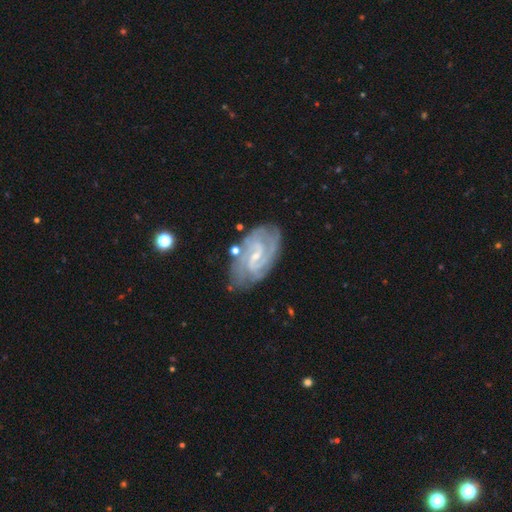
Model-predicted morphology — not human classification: Q: Smooth or featured?
A: featured or disk (88%); runner-up: smooth (7%)
Q: Edge-on disk?
A: no (96%); runner-up: yes (4%)
Q: Bar?
A: weak (53%); runner-up: no (24%)
Q: Spiral arms?
A: yes (97%); runner-up: no (3%)
Q: Spiral winding?
A: tight (52%); runner-up: medium (39%)
Q: Spiral arm count?
A: 2 (52%); runner-up: 3 (17%)
Q: Bulge size?
A: small (75%); runner-up: moderate (19%)
Q: Merging?
A: none (74%); runner-up: minor disturbance (18%)